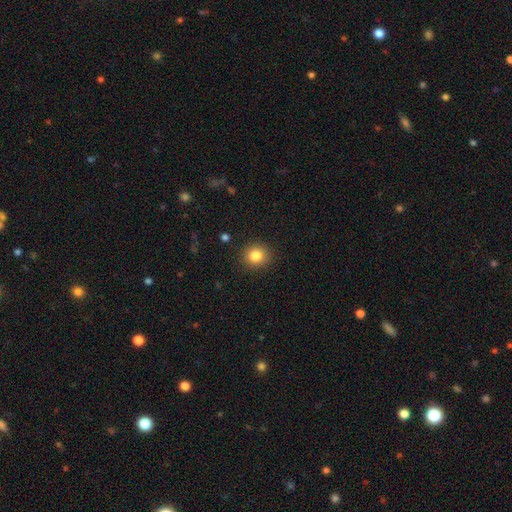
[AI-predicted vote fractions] A smooth galaxy with no disk features (84%) that is round (84%). Merging: none (90%).